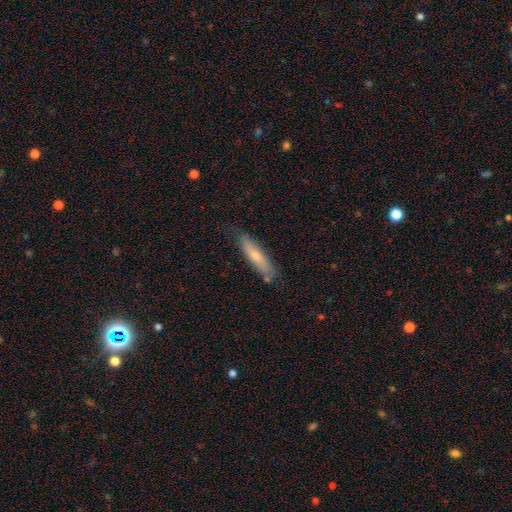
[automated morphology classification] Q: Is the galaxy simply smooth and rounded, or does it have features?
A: smooth — 64%.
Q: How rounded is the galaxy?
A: cigar-shaped — 80%.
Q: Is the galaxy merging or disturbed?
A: none — 75%.